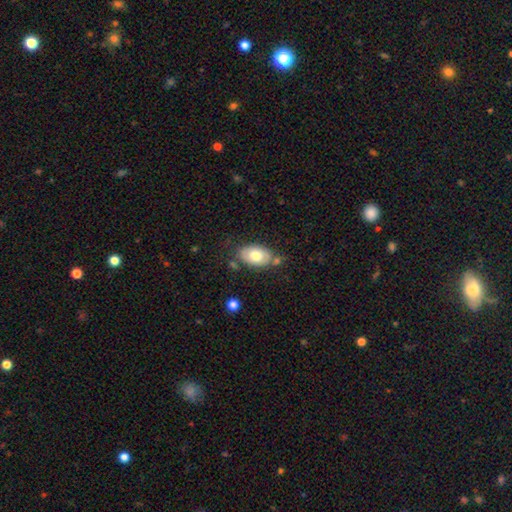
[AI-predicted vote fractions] smooth-or-featured: smooth: 69% | featured or disk: 24% | star or artifact: 7%
  how-rounded: in between: 89% | round: 9% | cigar-shaped: 1%
  merging: none: 66% | minor disturbance: 19% | merger: 9% | major disturbance: 5%